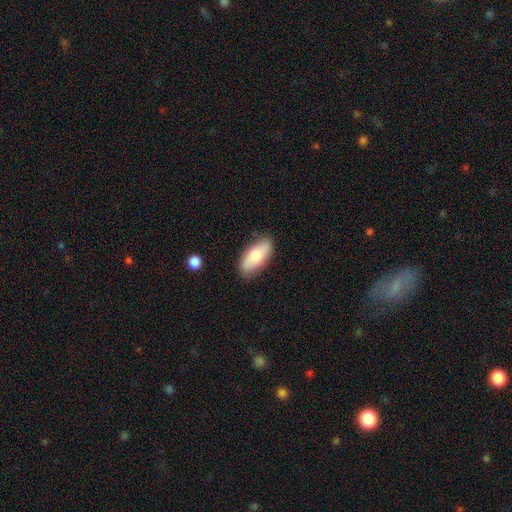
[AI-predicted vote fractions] Smooth or featured? smooth (72%)
How rounded? in between (88%)
Merging? none (84%)